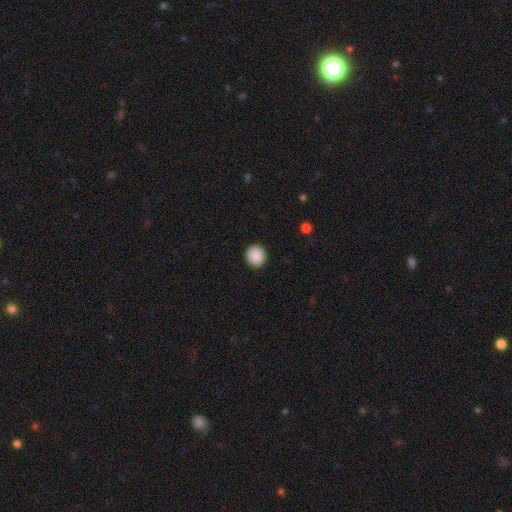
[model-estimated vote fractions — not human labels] Smooth or featured? smooth (90%)
How rounded? round (91%)
Merging? none (92%)